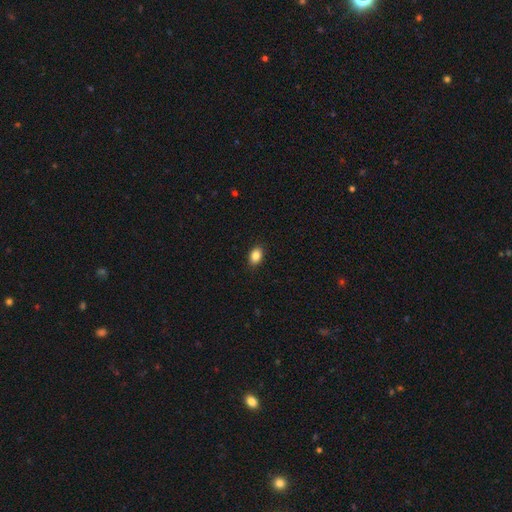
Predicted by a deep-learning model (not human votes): This is clearly a smooth galaxy (87%). How rounded: clearly in between (82%). Merging: clearly none (89%).